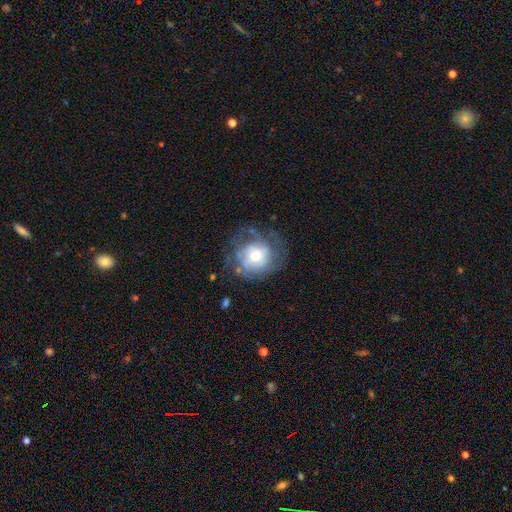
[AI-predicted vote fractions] smooth-or-featured: featured or disk: 53% | smooth: 38% | star or artifact: 9%
  disk-edge-on: no: 97% | yes: 3%
    bar: no: 77% | weak: 18% | strong: 4%
    has-spiral-arms: yes: 56% | no: 44%
    bulge-size: moderate: 56% | small: 31% | large: 10% | dominant: 1% | none: 1%
  merging: none: 58% | minor disturbance: 22% | major disturbance: 18% | merger: 2%